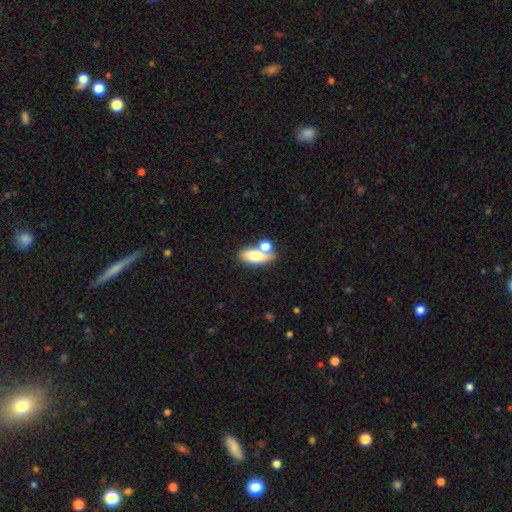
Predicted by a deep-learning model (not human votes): This is likely a smooth galaxy (75%). How rounded: clearly in between (82%). Merging: marginally none (42%).